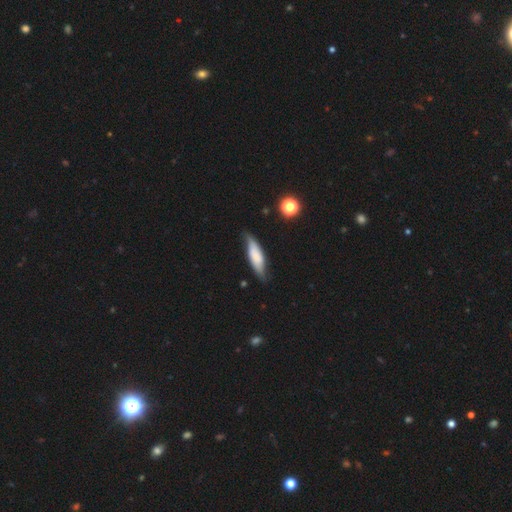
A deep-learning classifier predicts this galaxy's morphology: Overall: smooth (62%; featured or disk 31%). How rounded: cigar-shaped (56%; in between 42%). Merging: none (71%).